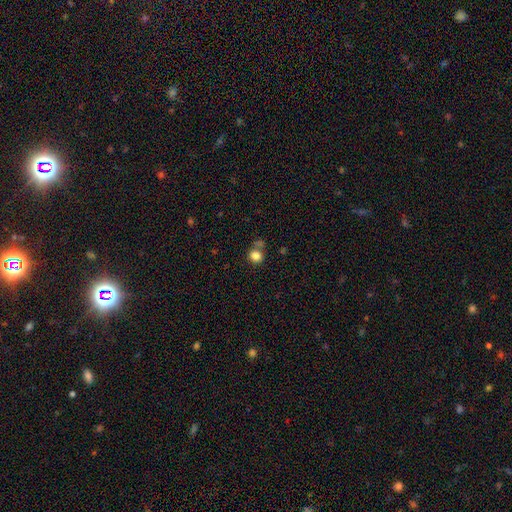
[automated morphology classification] Smooth or featured? Predicted: smooth (p=0.82). How rounded? Predicted: round (p=0.74). Merging? Predicted: none (p=0.60).